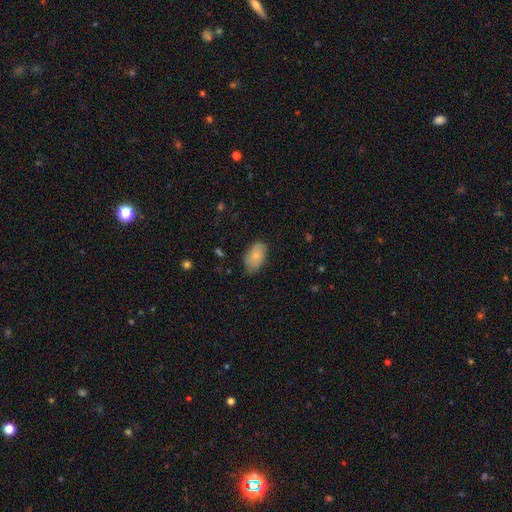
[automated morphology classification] A smooth galaxy with no disk features (81%) that is in between round and cigar-shaped (92%).

Vote fractions:
- Smooth or featured? smooth: 81% / featured or disk: 13% / star or artifact: 7%
- How rounded? in between: 92% / round: 7% / cigar-shaped: 1%
- Merging? none: 75% / minor disturbance: 20% / major disturbance: 4% / merger: 1%